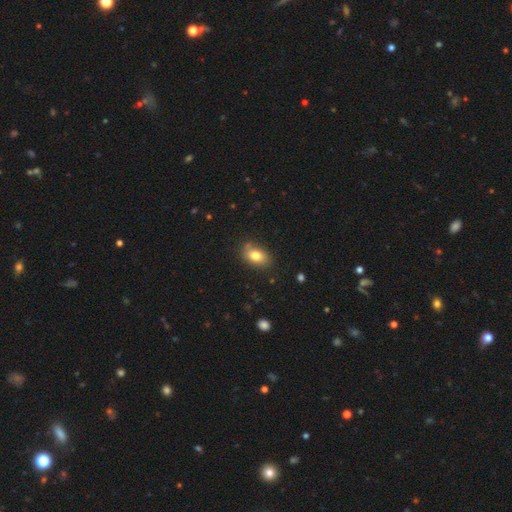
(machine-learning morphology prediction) A smooth galaxy with no disk features (80%) that is in between round and cigar-shaped (82%).

Vote fractions:
- Smooth or featured? smooth: 80% / featured or disk: 11% / star or artifact: 9%
- How rounded? in between: 82% / round: 17% / cigar-shaped: 2%
- Merging? none: 76% / minor disturbance: 15% / merger: 5% / major disturbance: 3%